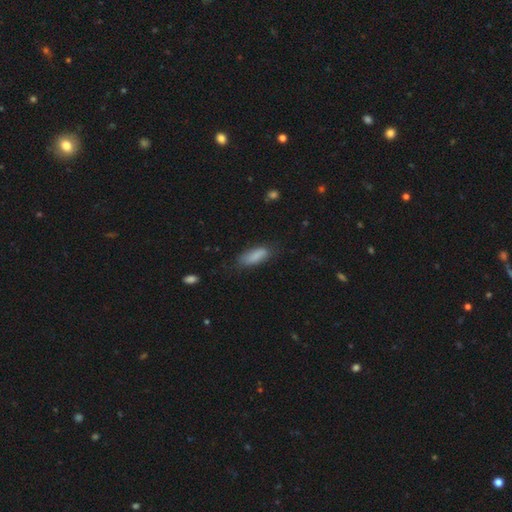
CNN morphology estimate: type=smooth (85%); roundness=in between (69%); merging=none (73%).